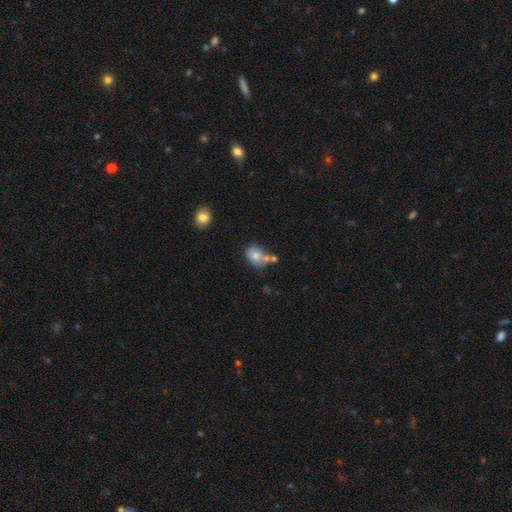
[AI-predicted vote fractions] This is likely a smooth galaxy (76%). How rounded: possibly in between (53%). Merging: possibly none (49%).